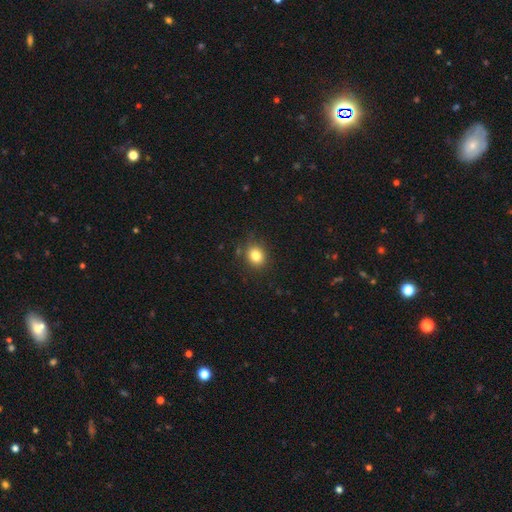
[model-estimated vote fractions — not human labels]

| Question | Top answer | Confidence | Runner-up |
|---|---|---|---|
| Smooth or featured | smooth | 82% | star or artifact (11%) |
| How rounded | round | 65% | in between (34%) |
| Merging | none | 83% | minor disturbance (11%) |